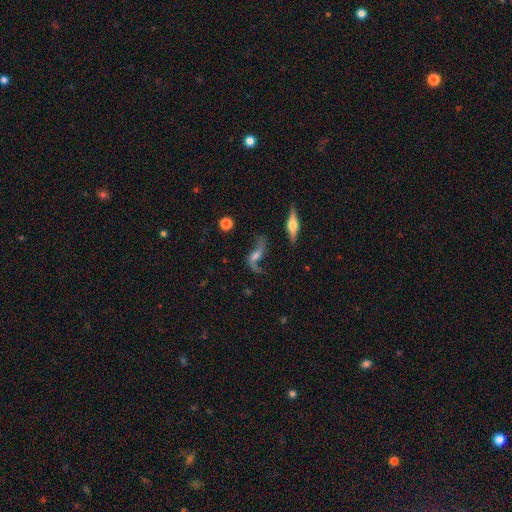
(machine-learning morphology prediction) This appears to be a featured or disk galaxy (80%) with no bar (45%), 2 (91%) loose (90%) spiral arms (92%) and a moderate central bulge (32%). Merging: none (60%).